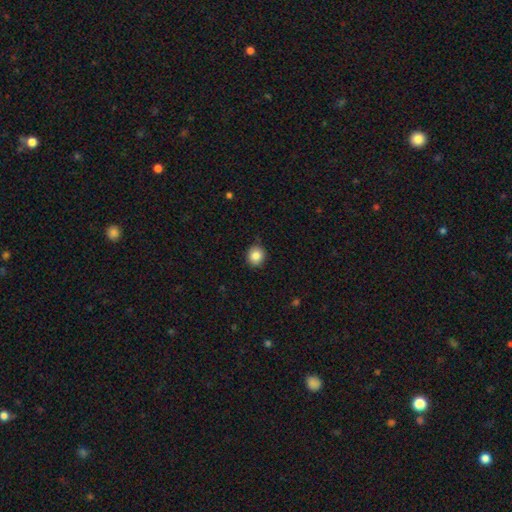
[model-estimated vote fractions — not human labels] This is clearly a smooth galaxy (86%). How rounded: clearly round (85%). Merging: clearly none (86%).